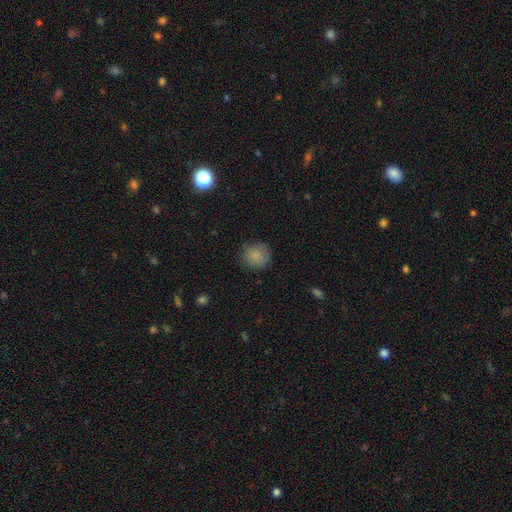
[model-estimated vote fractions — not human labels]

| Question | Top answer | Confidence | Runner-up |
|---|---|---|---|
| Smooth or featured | smooth | 84% | star or artifact (9%) |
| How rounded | round | 91% | in between (9%) |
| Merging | none | 80% | minor disturbance (15%) |